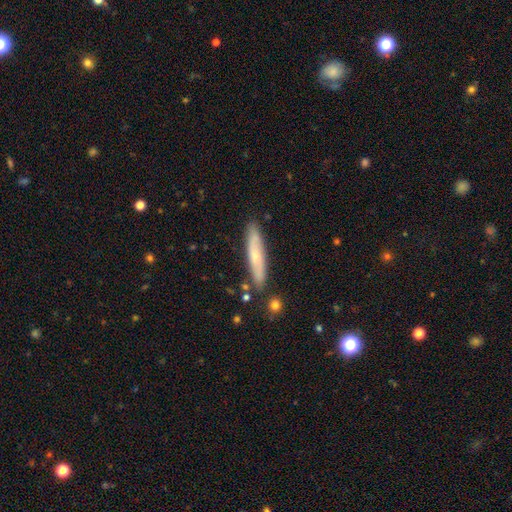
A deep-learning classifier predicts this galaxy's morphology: smooth_or_featured: smooth (p=0.50) [alt: featured or disk p=0.44]
merging: none (p=0.84) [alt: minor disturbance p=0.11]